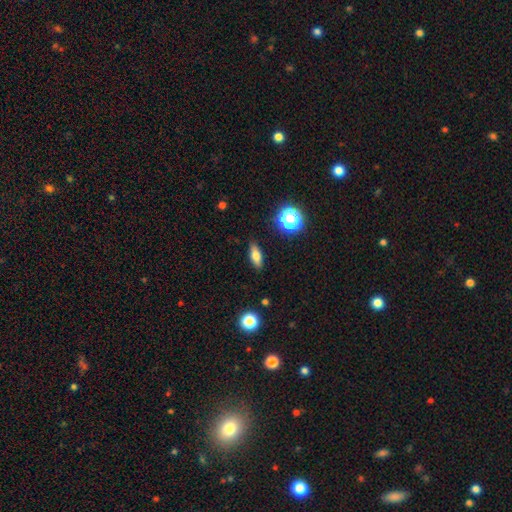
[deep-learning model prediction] smooth-or-featured: smooth: 72% | featured or disk: 17% | star or artifact: 11%
  how-rounded: in between: 66% | cigar-shaped: 27% | round: 7%
  merging: none: 87% | minor disturbance: 9% | major disturbance: 2% | merger: 1%